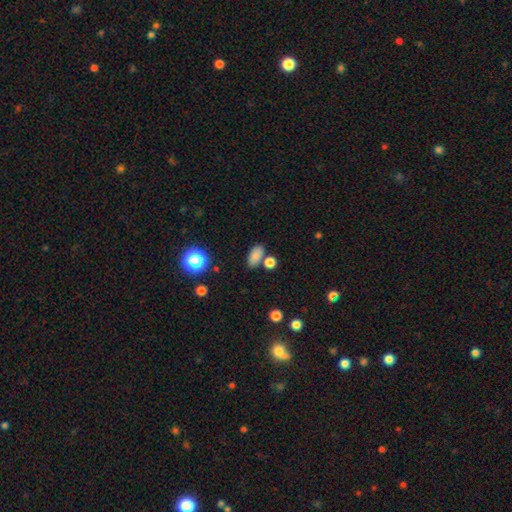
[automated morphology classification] Q: Smooth or featured?
A: smooth (82%); runner-up: star or artifact (12%)
Q: How rounded?
A: in between (86%); runner-up: round (10%)
Q: Merging?
A: none (71%); runner-up: merger (14%)